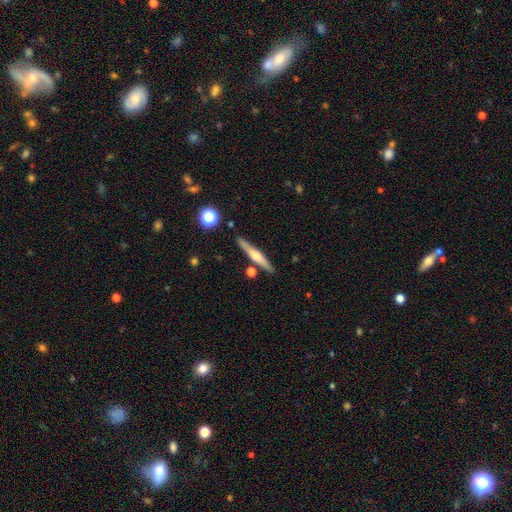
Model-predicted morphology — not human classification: Overall: featured or disk (61%; smooth 33%). Edge-on disk: yes (97%). Edge-on bulge: rounded (82%). Merging: none (85%).